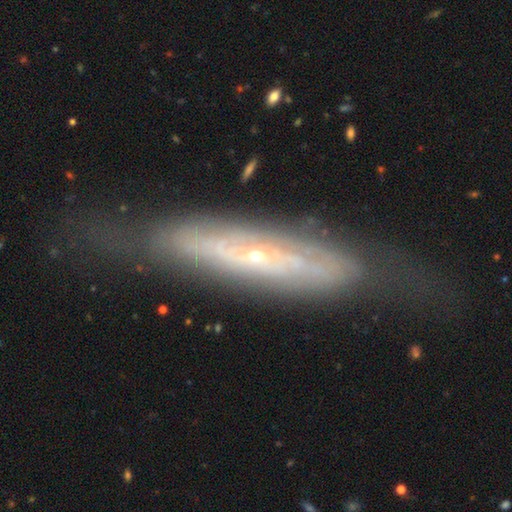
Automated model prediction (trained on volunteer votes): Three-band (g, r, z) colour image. It shows a featured or disk galaxy (74%). Merging: none (70%).